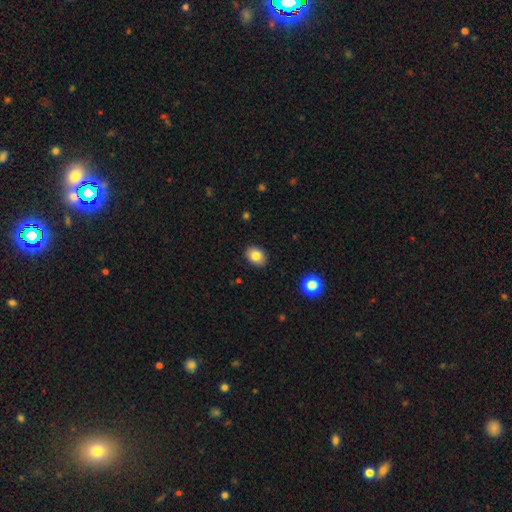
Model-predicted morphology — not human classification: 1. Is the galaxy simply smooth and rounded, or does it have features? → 82% smooth, 9% star or artifact, 9% featured or disk.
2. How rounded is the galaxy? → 65% in between, 35% round, 1% cigar-shaped.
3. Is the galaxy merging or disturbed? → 89% none, 8% minor disturbance, 2% major disturbance, 1% merger.